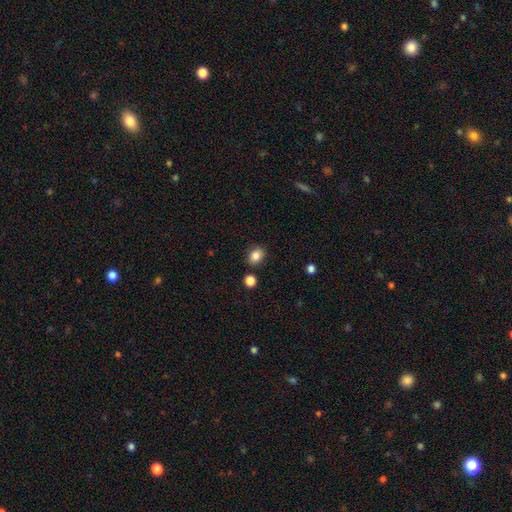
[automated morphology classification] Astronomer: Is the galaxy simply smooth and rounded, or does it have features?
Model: smooth — 85%.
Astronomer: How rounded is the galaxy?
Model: in between — 56% (runner-up: round, 43%).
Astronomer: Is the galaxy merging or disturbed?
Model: none — 82%.